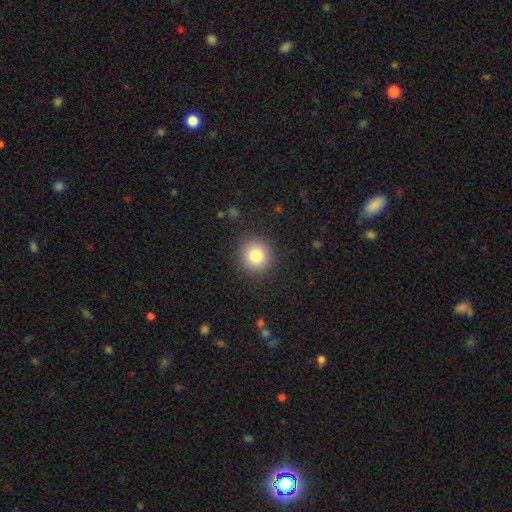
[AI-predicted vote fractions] Smooth or featured?
  - smooth: 81% *
  - star or artifact: 11%
  - featured or disk: 8%
How rounded?
  - round: 92% *
  - in between: 7%
  - cigar-shaped: 1%
Merging?
  - none: 90% *
  - minor disturbance: 7%
  - major disturbance: 3%
  - merger: 1%